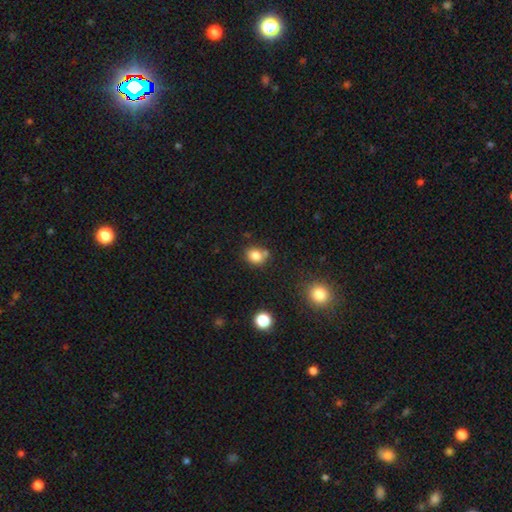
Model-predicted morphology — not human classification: Smooth or featured? Predicted: smooth (p=0.82). How rounded? Predicted: round (p=0.66). Merging? Predicted: none (p=0.66).